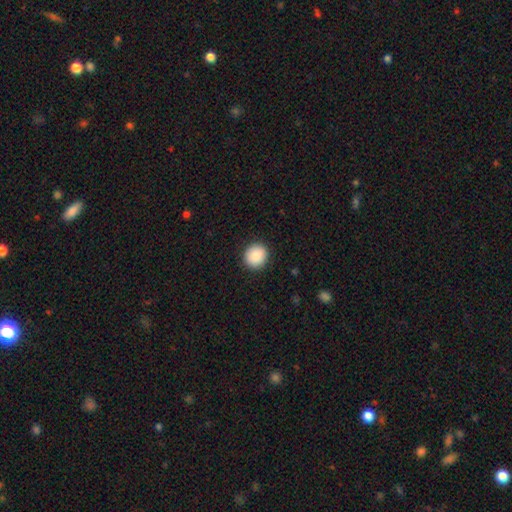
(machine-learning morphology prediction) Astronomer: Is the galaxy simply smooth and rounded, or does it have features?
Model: smooth — 89%.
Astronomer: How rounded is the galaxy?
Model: round — 86%.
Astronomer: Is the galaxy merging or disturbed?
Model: none — 91%.